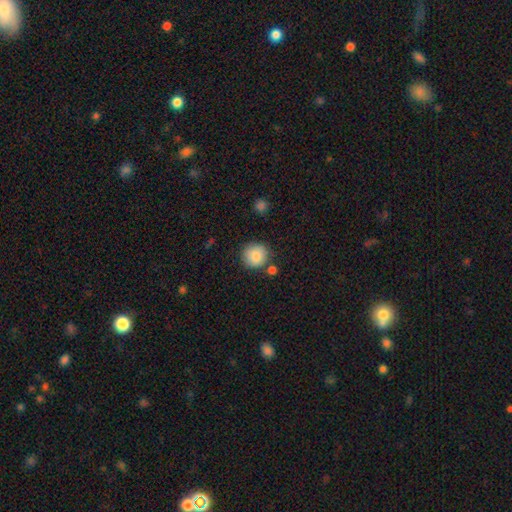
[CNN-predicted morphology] Q: Smooth or featured?
A: smooth (86%); runner-up: star or artifact (8%)
Q: How rounded?
A: round (93%); runner-up: in between (6%)
Q: Merging?
A: none (80%); runner-up: minor disturbance (11%)